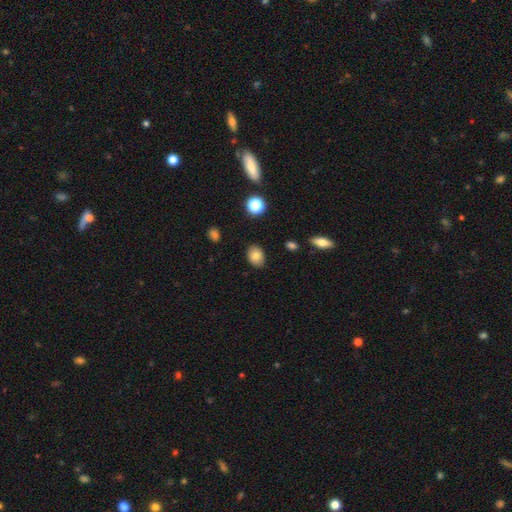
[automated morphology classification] A smooth galaxy with no disk features (81%) that is in between round and cigar-shaped (66%). Merging: none (87%).